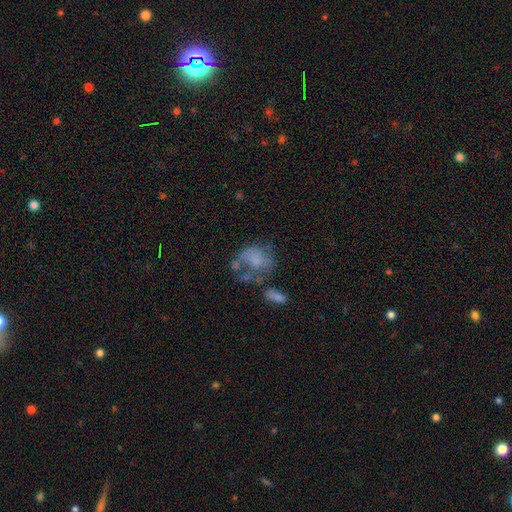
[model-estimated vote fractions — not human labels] Morphology: type=featured or disk (44%); merging=major disturbance (32%).